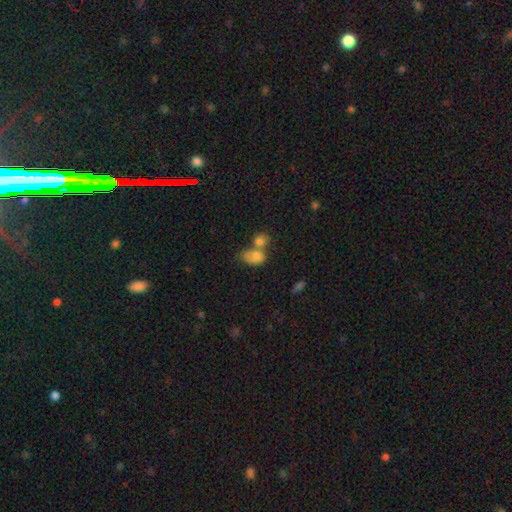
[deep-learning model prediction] Morphology: type=smooth (77%); roundness=in between (70%); merging=merger (57%).